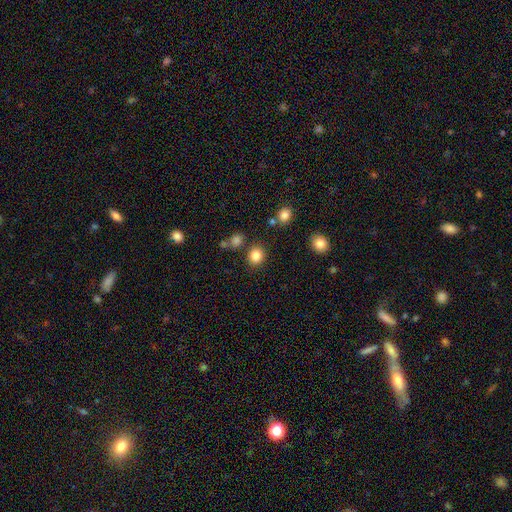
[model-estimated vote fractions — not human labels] Morphology: type=smooth (85%); roundness=round (73%); merging=none (83%).